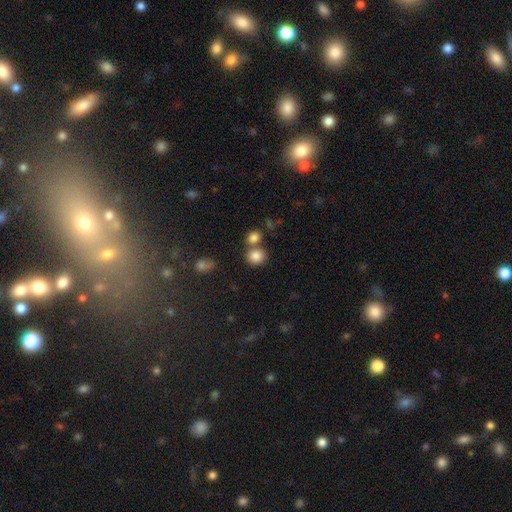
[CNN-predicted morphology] Smooth or featured? Predicted: smooth (p=0.84). How rounded? Predicted: round (p=0.79). Merging? Predicted: none (p=0.59).